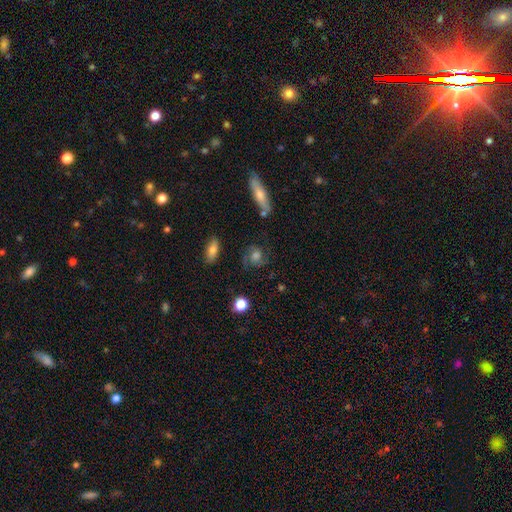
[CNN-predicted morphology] Overall: featured or disk (63%; smooth 27%). Edge-on disk: no (93%). Bar: no (69%). Spiral arms: yes (92%). Spiral arm count: 2 (84%). Spiral winding: medium (49%; tight 29%). Bulge size: moderate (40%; large 31%). Merging: none (68%).